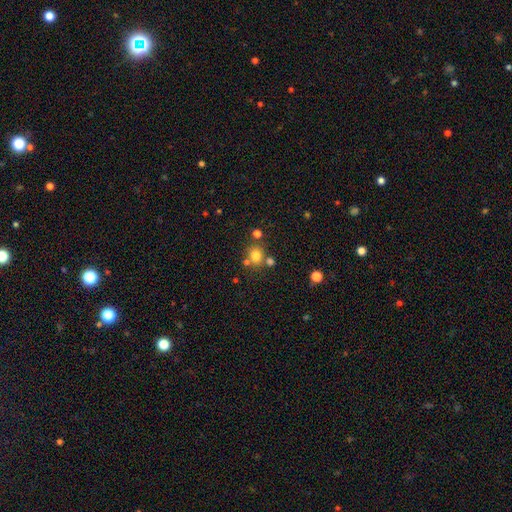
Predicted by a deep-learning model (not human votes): Smooth or featured? Predicted: smooth (p=0.77). How rounded? Predicted: round (p=0.78). Merging? Predicted: none (p=0.68).